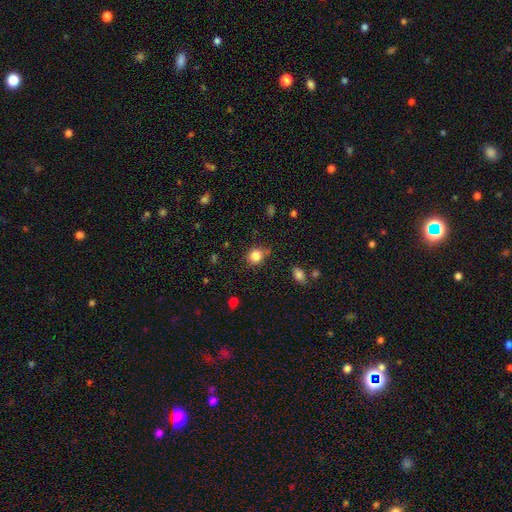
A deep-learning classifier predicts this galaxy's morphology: Overall: smooth (83%). How rounded: round (80%). Merging: none (79%).